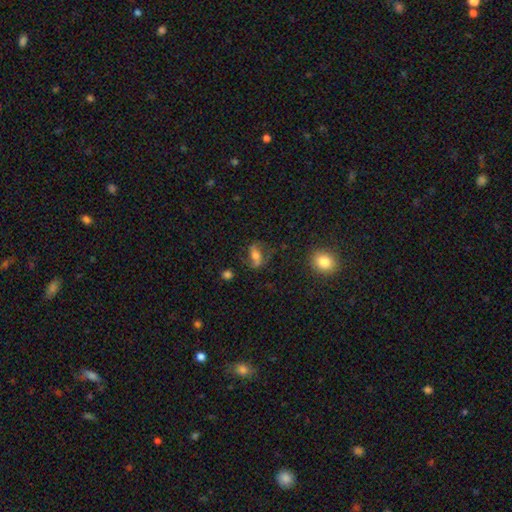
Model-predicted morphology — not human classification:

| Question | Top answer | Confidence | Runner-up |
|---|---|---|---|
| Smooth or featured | featured or disk | 54% | smooth (34%) |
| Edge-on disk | no | 88% | yes (12%) |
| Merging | none | 59% | minor disturbance (20%) |